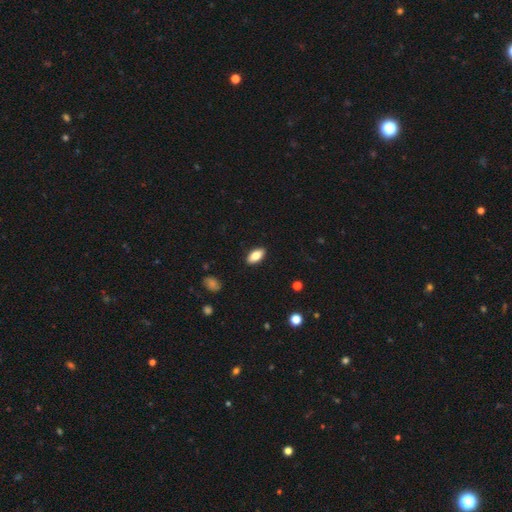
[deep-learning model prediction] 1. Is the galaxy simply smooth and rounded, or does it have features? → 82% smooth, 11% featured or disk, 7% star or artifact.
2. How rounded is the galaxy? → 91% in between, 6% cigar-shaped, 3% round.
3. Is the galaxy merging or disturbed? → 89% none, 8% minor disturbance, 2% major disturbance, 1% merger.